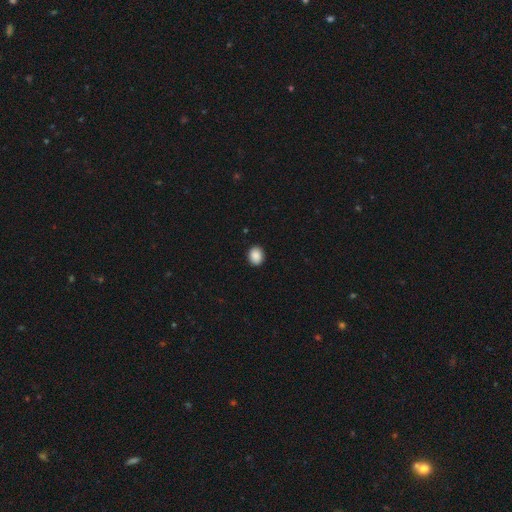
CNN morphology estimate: This is clearly a smooth galaxy (89%). How rounded: possibly round (53%). Merging: clearly none (91%).